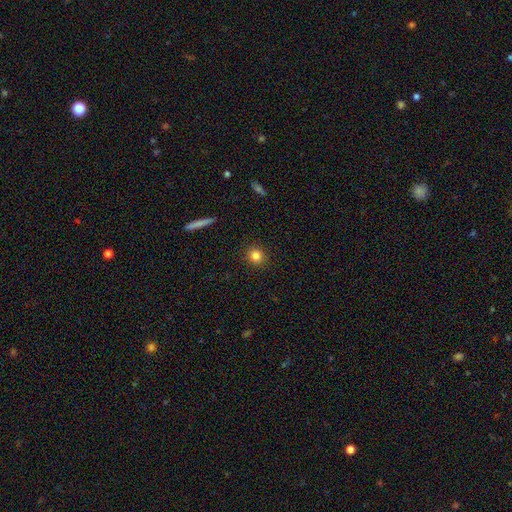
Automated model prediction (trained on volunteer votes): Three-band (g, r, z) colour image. It shows a smooth galaxy with no disk features (83%) that is round (91%). Merging: none (92%).